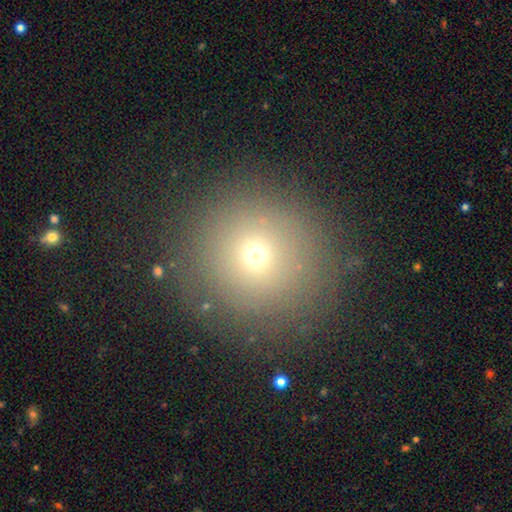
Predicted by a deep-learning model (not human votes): Q: Smooth or featured?
A: smooth (67%); runner-up: star or artifact (21%)
Q: How rounded?
A: round (94%); runner-up: in between (5%)
Q: Merging?
A: none (86%); runner-up: minor disturbance (8%)